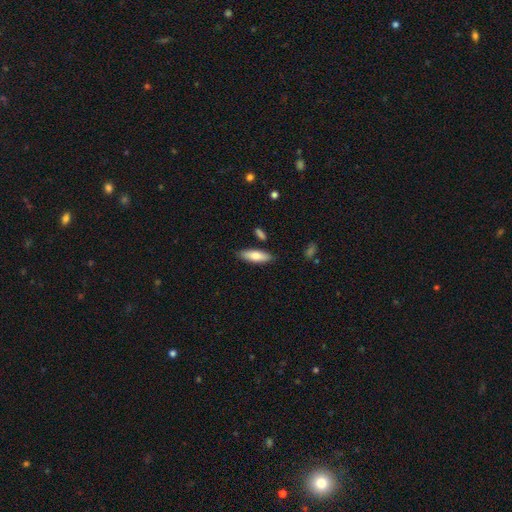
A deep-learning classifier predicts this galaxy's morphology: This is likely a smooth galaxy (76%). How rounded: possibly in between (59%). Merging: clearly none (84%).